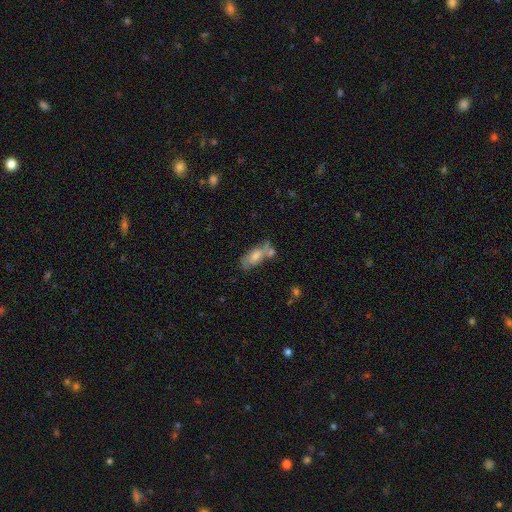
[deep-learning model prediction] smooth_or_featured: smooth (p=0.61) [alt: featured or disk p=0.30]
how_rounded: in between (p=0.77) [alt: cigar-shaped p=0.20]
merging: none (p=0.40) [alt: merger p=0.31]